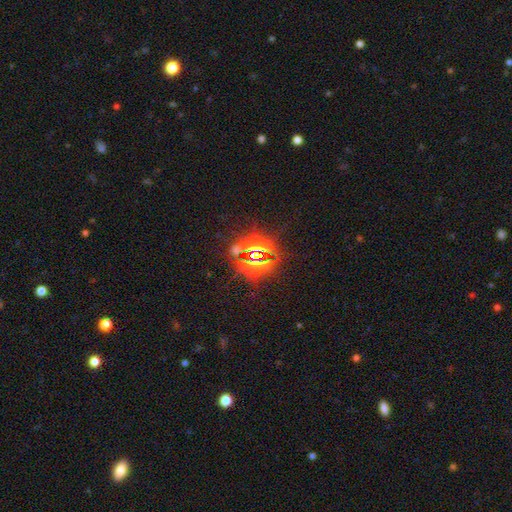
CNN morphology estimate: smooth-or-featured: star or artifact: 78% | smooth: 13% | featured or disk: 9%